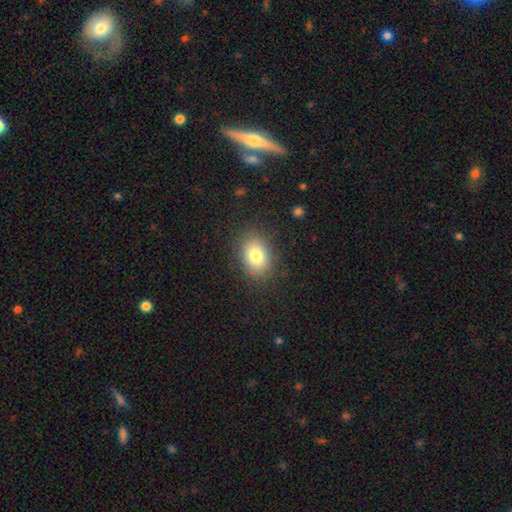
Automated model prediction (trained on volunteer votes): Overall: smooth (79%). How rounded: in between (71%). Merging: none (84%).